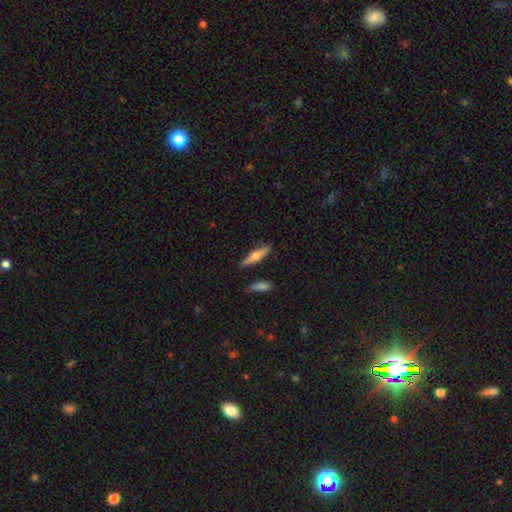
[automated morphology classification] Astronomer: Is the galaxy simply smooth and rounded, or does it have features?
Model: smooth — 48% (runner-up: featured or disk, 46%).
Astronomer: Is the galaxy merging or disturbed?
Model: none — 84%.